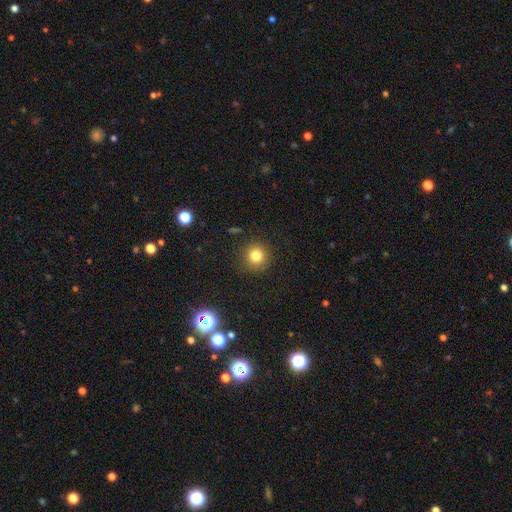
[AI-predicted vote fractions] This appears to be a smooth galaxy with no disk features (80%) that is round (93%). Merging: none (90%).